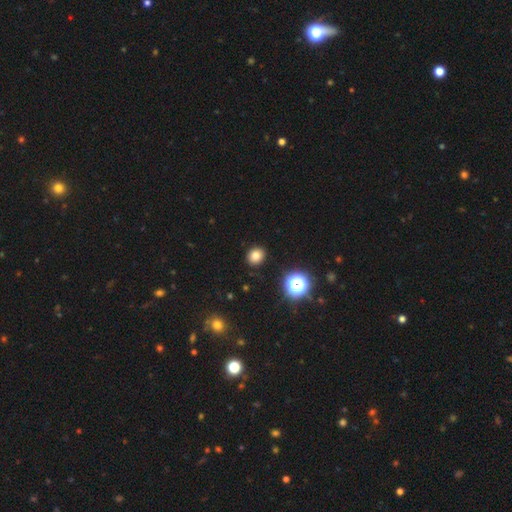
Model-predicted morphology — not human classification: Smooth or featured? Predicted: smooth (p=0.79). How rounded? Predicted: round (p=0.73). Merging? Predicted: none (p=0.91).